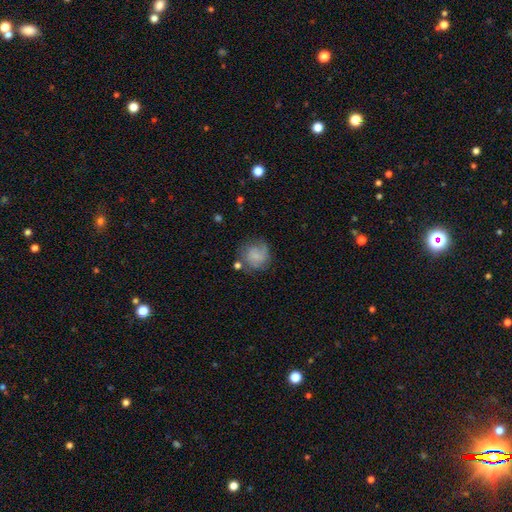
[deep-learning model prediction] A smooth galaxy with no disk features (65%) that is round (85%). Merging: none (58%).